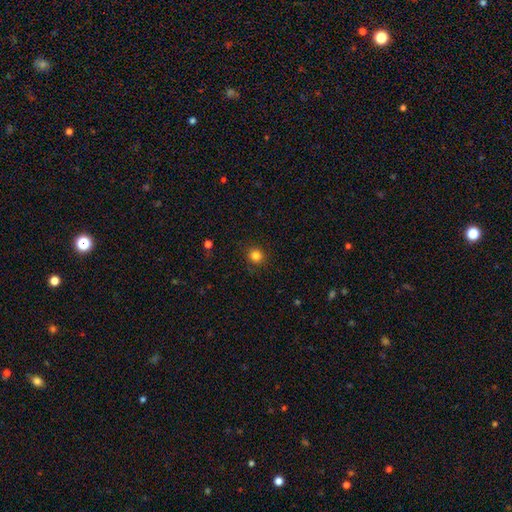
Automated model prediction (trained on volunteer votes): Smooth or featured? Predicted: smooth (p=0.83). How rounded? Predicted: round (p=0.91). Merging? Predicted: none (p=0.90).